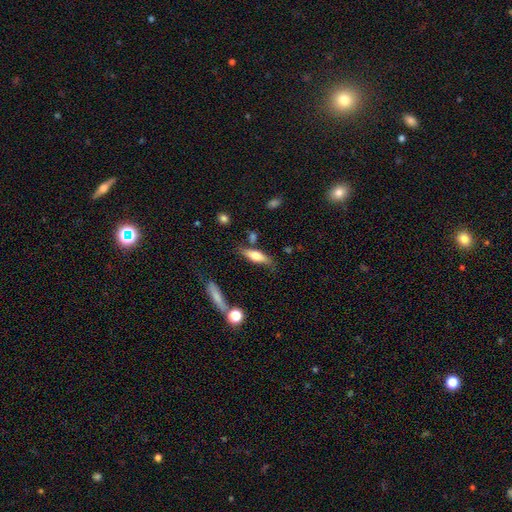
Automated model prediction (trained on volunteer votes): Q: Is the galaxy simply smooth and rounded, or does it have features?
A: smooth — 58%.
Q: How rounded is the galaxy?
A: cigar-shaped — 51%.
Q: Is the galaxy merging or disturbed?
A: none — 68%.